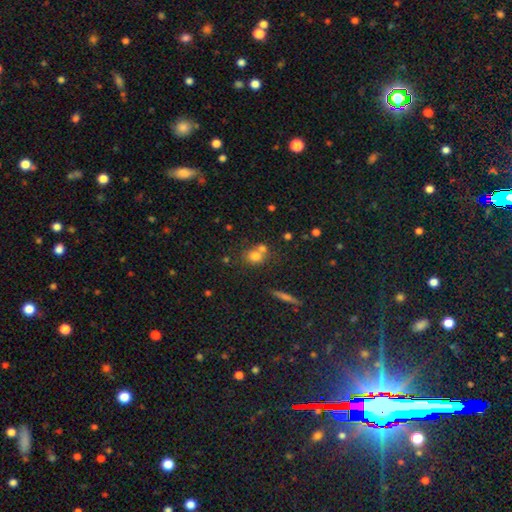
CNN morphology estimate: Overall: smooth (73%). How rounded: round (65%; in between 33%). Merging: none (44%; merger 43%).